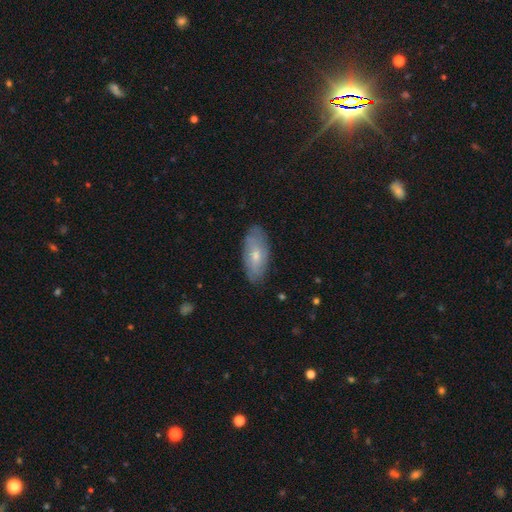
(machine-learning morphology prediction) Overall: smooth (55%; featured or disk 39%). How rounded: in between (86%). Merging: none (80%).